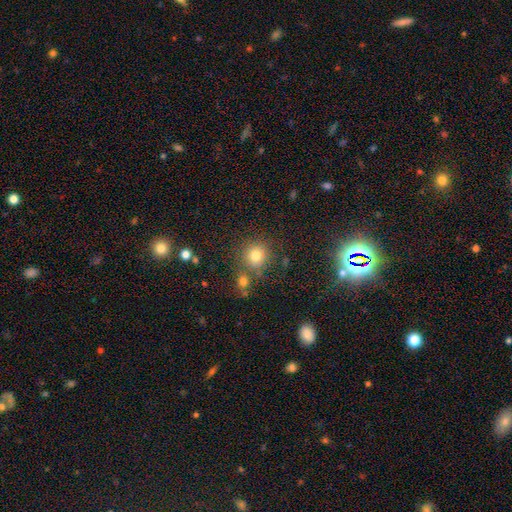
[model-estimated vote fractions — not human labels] Smooth or featured?
  - smooth: 78% *
  - star or artifact: 14%
  - featured or disk: 8%
How rounded?
  - round: 91% *
  - in between: 8%
  - cigar-shaped: 1%
Merging?
  - none: 72% *
  - merger: 14%
  - minor disturbance: 10%
  - major disturbance: 4%